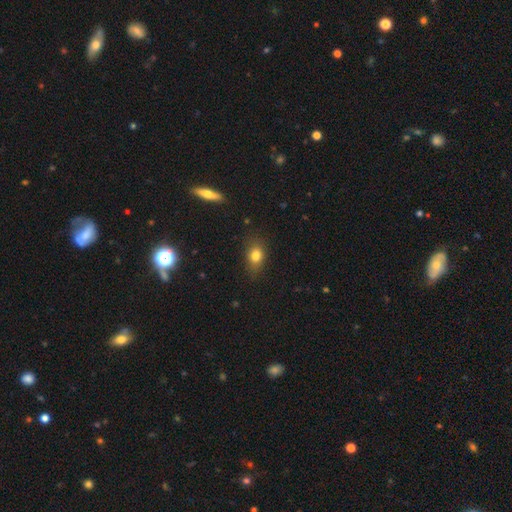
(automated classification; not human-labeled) A smooth galaxy with no disk features (80%) that is in between round and cigar-shaped (70%). Merging: none (76%).